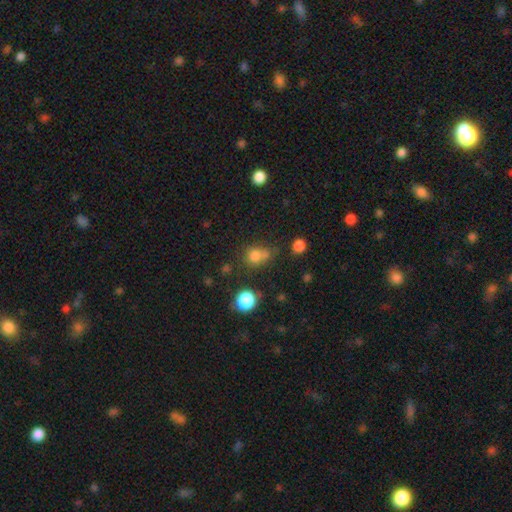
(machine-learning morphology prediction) This appears to be a smooth galaxy with no disk features (74%) that is round (71%). Merging: none (48%).